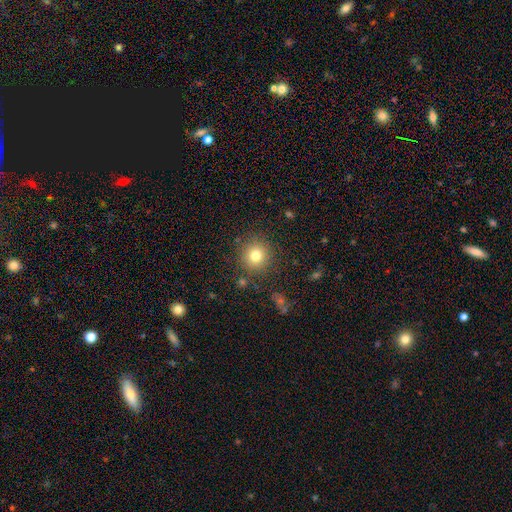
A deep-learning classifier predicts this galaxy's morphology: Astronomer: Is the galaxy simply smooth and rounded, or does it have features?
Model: smooth — 78%.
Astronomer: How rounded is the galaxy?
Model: round — 93%.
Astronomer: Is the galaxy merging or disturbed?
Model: none — 87%.